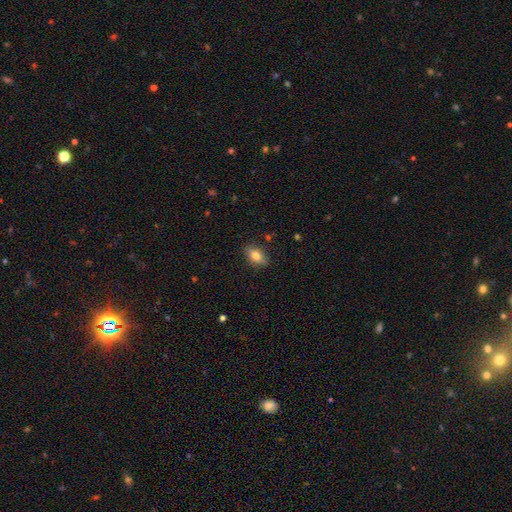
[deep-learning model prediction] Morphology: type=smooth (78%); roundness=in between (85%); merging=none (85%).